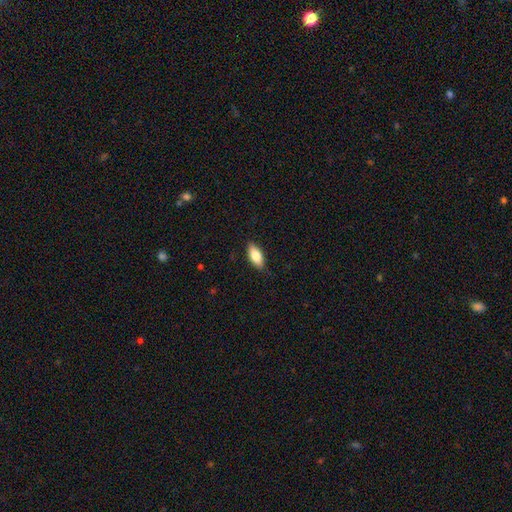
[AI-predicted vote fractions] smooth_or_featured: smooth (p=0.79) [alt: featured or disk p=0.15]
how_rounded: in between (p=0.85) [alt: cigar-shaped p=0.12]
merging: none (p=0.85) [alt: minor disturbance p=0.12]